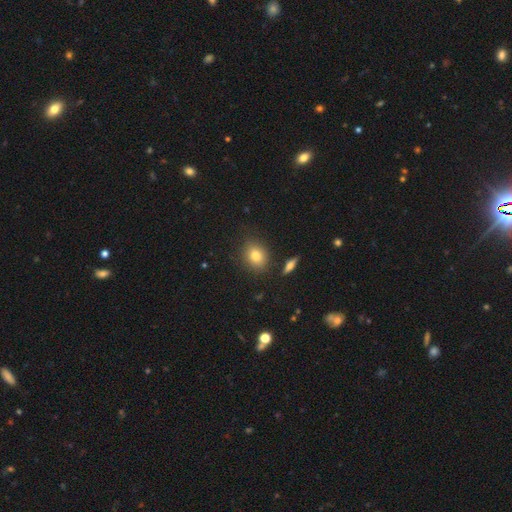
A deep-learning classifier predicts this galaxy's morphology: This appears to be a smooth galaxy with no disk features (81%) that is in between round and cigar-shaped (49%, tied with round). Merging: none (83%).